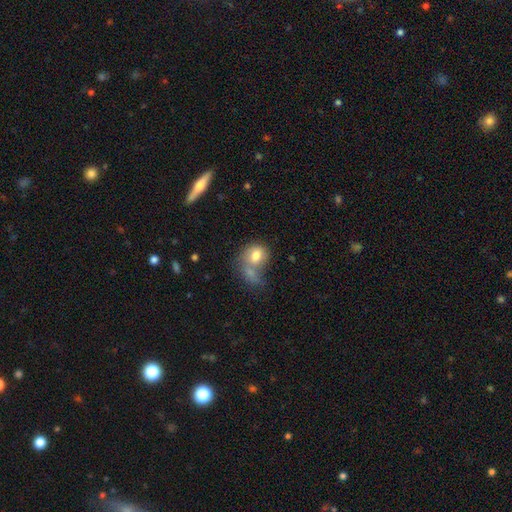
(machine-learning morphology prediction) This appears to be a smooth galaxy with no disk features (76%) that is in between round and cigar-shaped (50%). Merging: merger (47%).